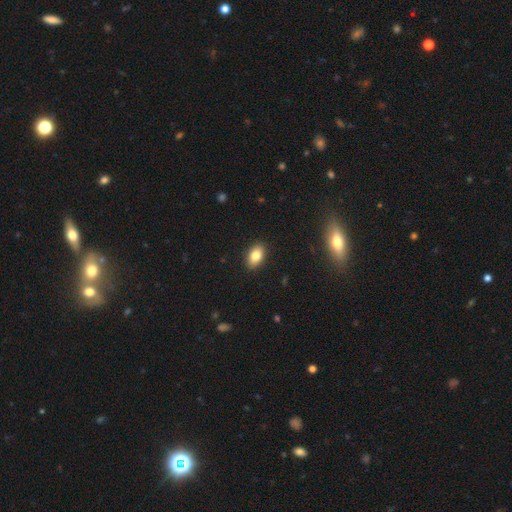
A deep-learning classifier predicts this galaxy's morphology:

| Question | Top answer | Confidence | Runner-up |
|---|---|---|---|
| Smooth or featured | smooth | 82% | featured or disk (10%) |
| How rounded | in between | 88% | round (9%) |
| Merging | none | 89% | minor disturbance (8%) |